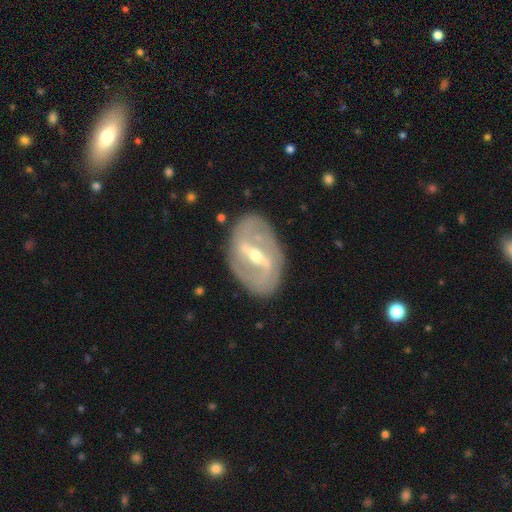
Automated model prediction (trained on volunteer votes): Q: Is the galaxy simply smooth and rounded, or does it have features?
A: featured or disk — 83%.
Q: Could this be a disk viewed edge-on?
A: no — 92%.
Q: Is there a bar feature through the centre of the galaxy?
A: strong — 70%.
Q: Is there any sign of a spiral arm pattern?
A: yes — 68%.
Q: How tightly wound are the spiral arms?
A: tight — 39%.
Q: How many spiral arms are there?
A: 2 — 71%.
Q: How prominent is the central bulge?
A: moderate — 60%.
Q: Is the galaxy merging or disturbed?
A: none — 81%.